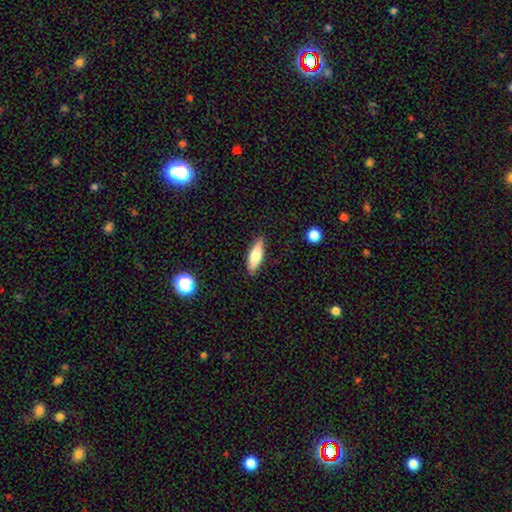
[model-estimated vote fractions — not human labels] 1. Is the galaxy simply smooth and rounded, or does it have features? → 68% smooth, 25% featured or disk, 6% star or artifact.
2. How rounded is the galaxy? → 49% cigar-shaped, 48% in between, 2% round.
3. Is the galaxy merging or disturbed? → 87% none, 9% minor disturbance, 2% major disturbance, 1% merger.